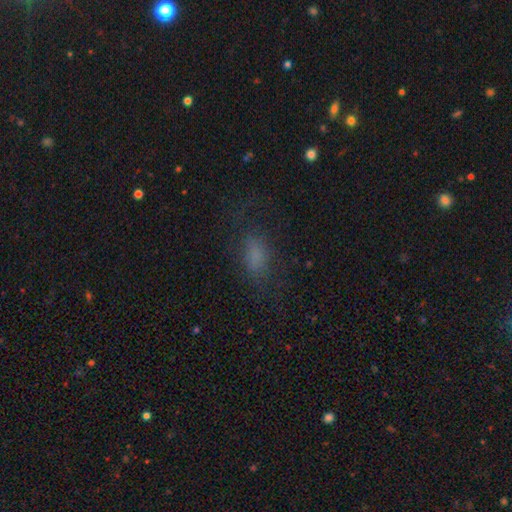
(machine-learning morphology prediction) smooth-or-featured: smooth: 69% | star or artifact: 16% | featured or disk: 15%
  how-rounded: in between: 83% | round: 9% | cigar-shaped: 8%
  merging: none: 62% | minor disturbance: 19% | major disturbance: 17% | merger: 2%